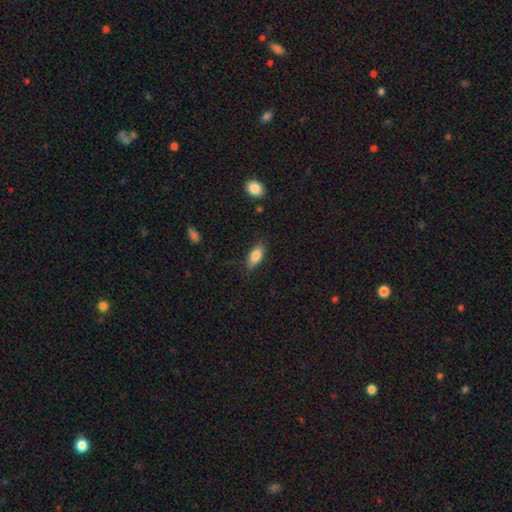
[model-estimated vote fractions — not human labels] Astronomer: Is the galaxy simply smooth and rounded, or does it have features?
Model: smooth — 83%.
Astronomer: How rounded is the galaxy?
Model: in between — 83%.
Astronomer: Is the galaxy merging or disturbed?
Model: none — 83%.